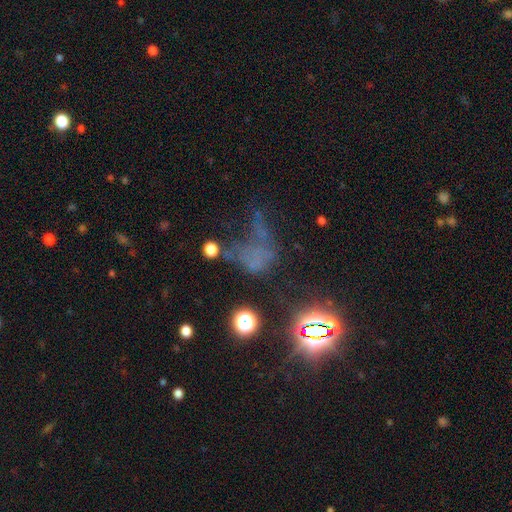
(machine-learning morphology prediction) The model was most divided on "smooth or featured": star or artifact: 41%, smooth: 33%, featured or disk: 26%.